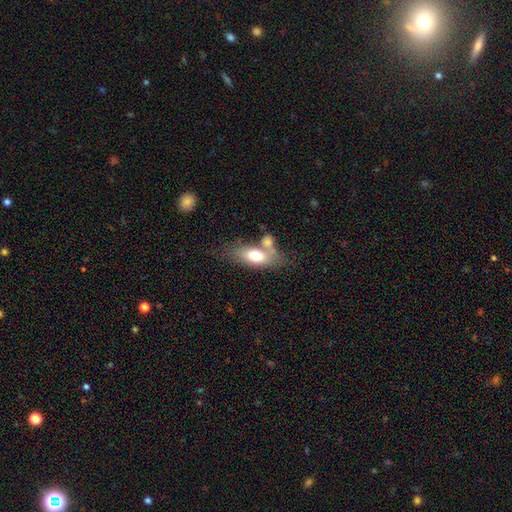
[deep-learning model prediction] A smooth galaxy with no disk features (66%) that is in between round and cigar-shaped (80%). Merging: none (43%).